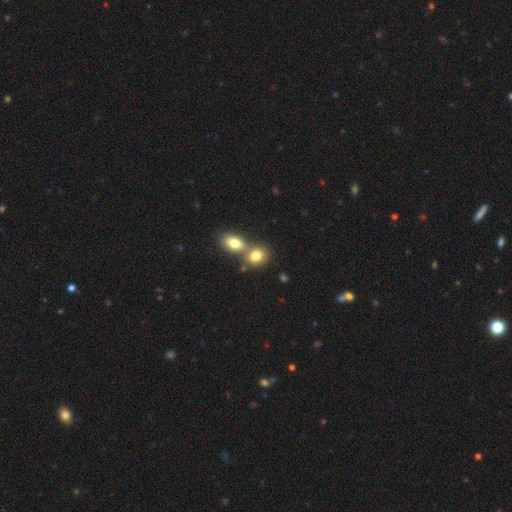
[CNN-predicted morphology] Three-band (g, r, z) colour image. It shows a smooth galaxy with no disk features (79%) that is round (50%). Merging: merger (54%).